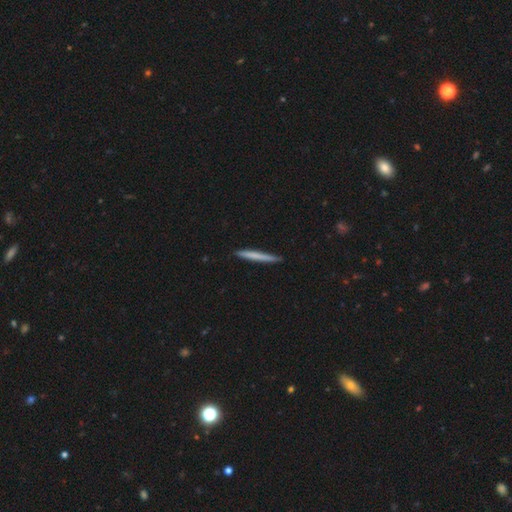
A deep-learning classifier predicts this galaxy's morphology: smooth 68%, featured or disk 27%, star or artifact 5%. Down the decision tree: how rounded — cigar-shaped (97%); merging — none (91%).